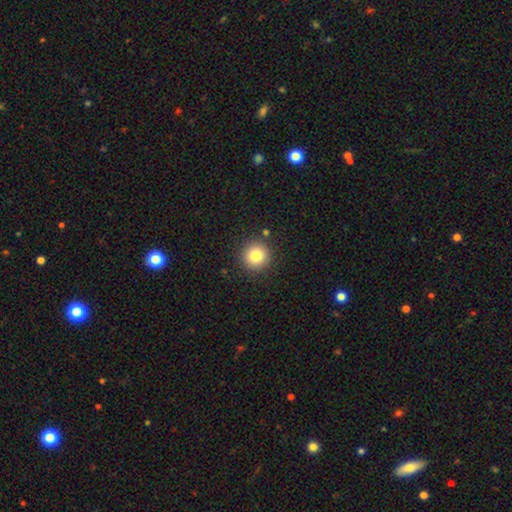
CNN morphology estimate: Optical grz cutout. It shows a smooth galaxy with no disk features (81%) that is round (95%). Merging: none (90%).